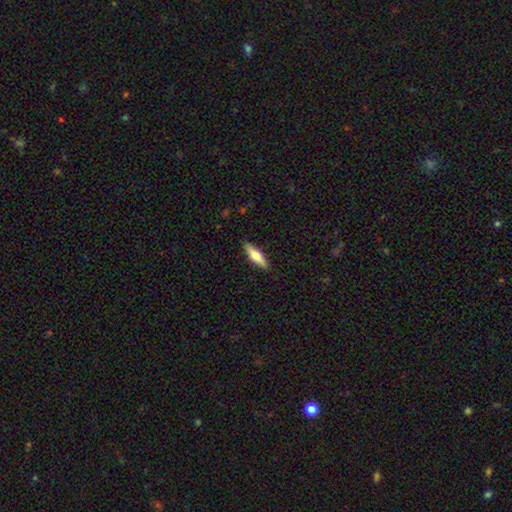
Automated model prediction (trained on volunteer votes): The model was most divided on "how rounded": cigar-shaped: 61%, in between: 37%, round: 2%. More confident: merging — none (88%); smooth or featured — smooth (61%).